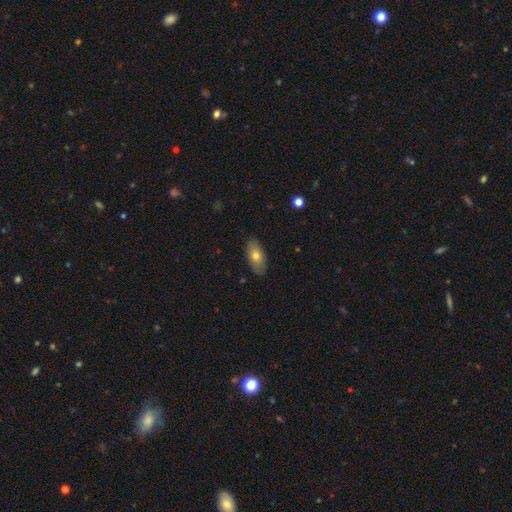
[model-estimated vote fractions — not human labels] smooth 71%, featured or disk 23%, star or artifact 7%. Down the decision tree: how rounded — in between (88%); merging — none (85%).